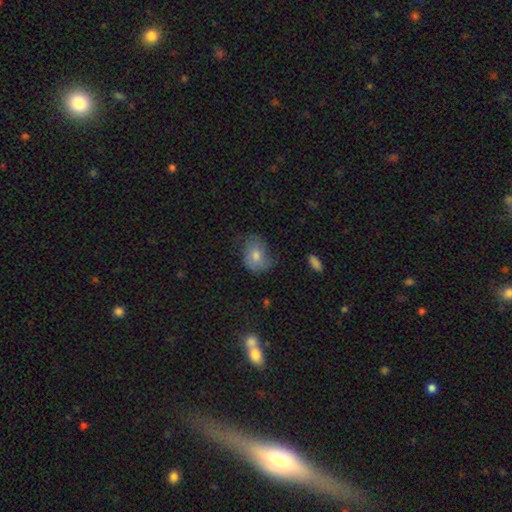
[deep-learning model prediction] A smooth galaxy with no disk features (68%) that is in between round and cigar-shaped (52%).

Vote fractions:
- Smooth or featured? smooth: 68% / featured or disk: 23% / star or artifact: 10%
- How rounded? in between: 52% / round: 46% / cigar-shaped: 1%
- Merging? none: 55% / minor disturbance: 31% / major disturbance: 12% / merger: 2%